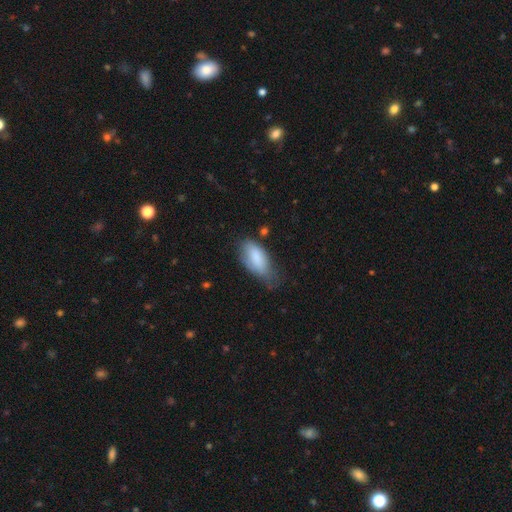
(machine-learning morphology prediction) Smooth or featured?
  - smooth: 81% *
  - featured or disk: 12%
  - star or artifact: 6%
How rounded?
  - in between: 88% *
  - cigar-shaped: 10%
  - round: 2%
Merging?
  - minor disturbance: 42% *
  - none: 39%
  - major disturbance: 16%
  - merger: 3%